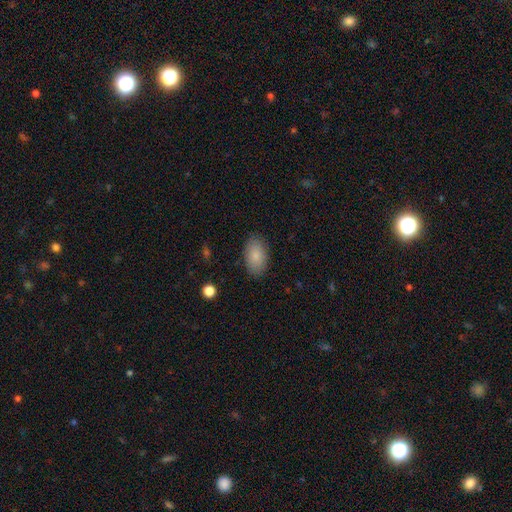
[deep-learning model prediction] Smooth or featured? Predicted: smooth (p=0.86). How rounded? Predicted: in between (p=0.93). Merging? Predicted: none (p=0.86).